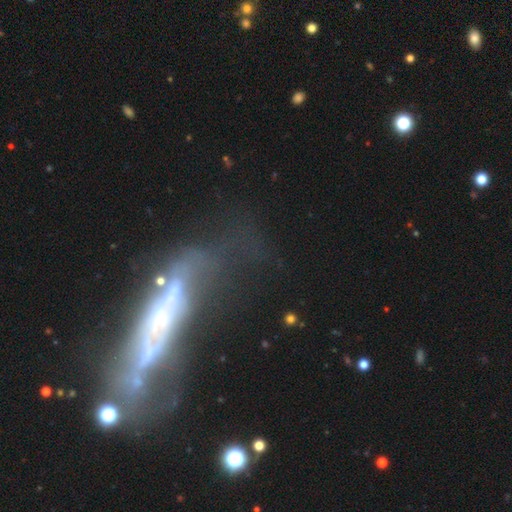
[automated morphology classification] smooth_or_featured: featured or disk (p=0.62) [alt: smooth p=0.21]
disk_edge_on: no (p=0.51) [alt: yes p=0.49]
merging: none (p=0.41) [alt: major disturbance p=0.27]